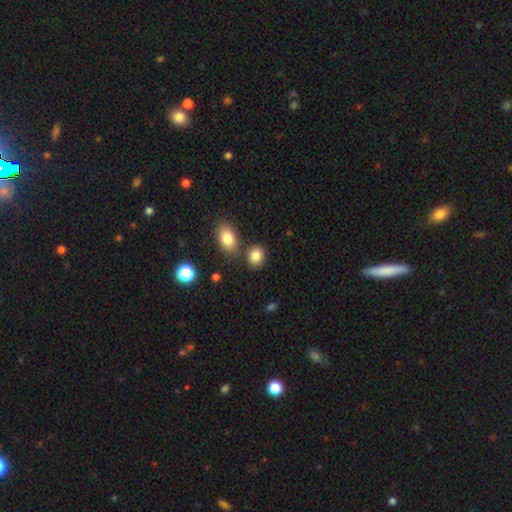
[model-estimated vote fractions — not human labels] A smooth galaxy with no disk features (84%) that is round (54%). Merging: none (74%).